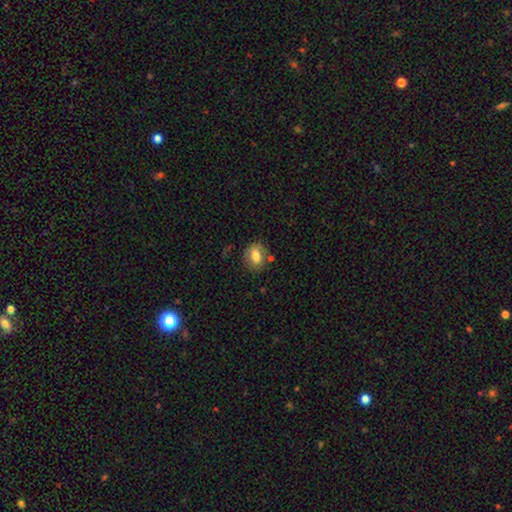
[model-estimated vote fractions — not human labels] smooth 74%, featured or disk 17%, star or artifact 9%. Down the decision tree: how rounded — round (52%); merging — none (76%).